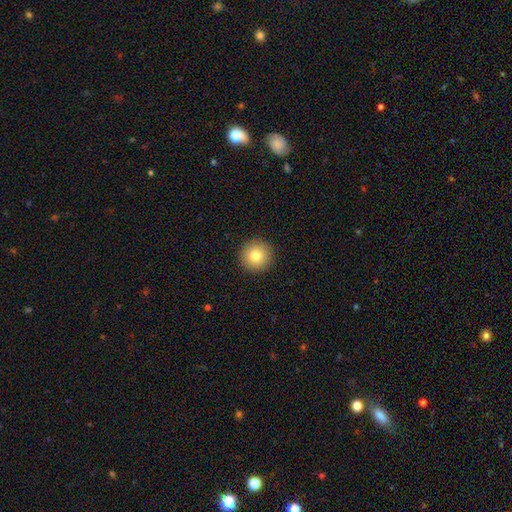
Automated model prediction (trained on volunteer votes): Q: Smooth or featured?
A: smooth (82%); runner-up: star or artifact (10%)
Q: How rounded?
A: round (96%); runner-up: in between (3%)
Q: Merging?
A: none (93%); runner-up: minor disturbance (5%)